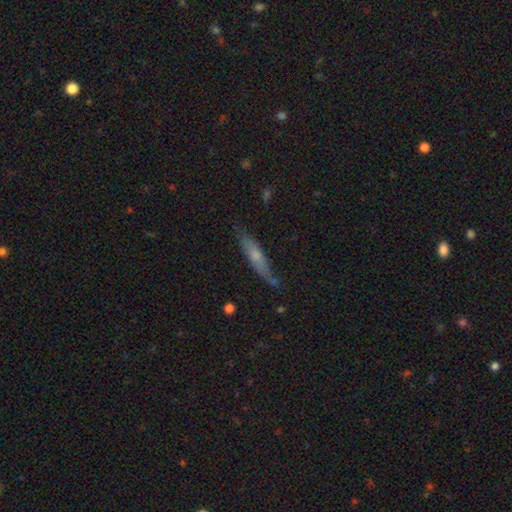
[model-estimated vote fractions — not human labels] This is possibly a smooth galaxy (55%). How rounded: clearly cigar-shaped (83%). Merging: likely none (70%).